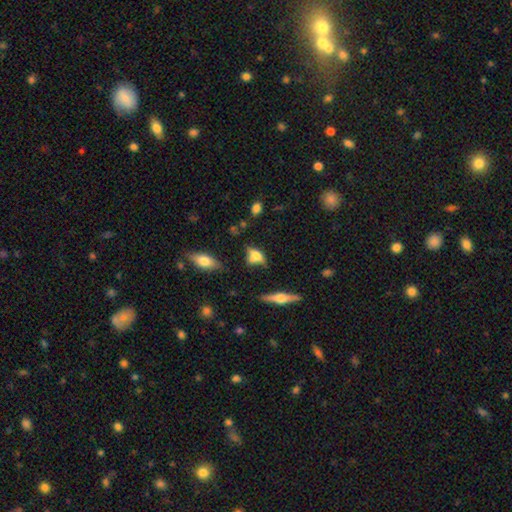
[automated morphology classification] Smooth or featured? smooth (56%)
How rounded? in between (72%)
Merging? none (50%)